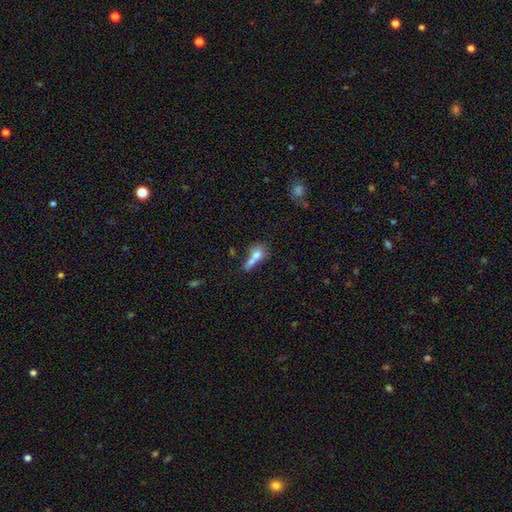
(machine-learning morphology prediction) The model was most divided on "how rounded": in between: 52%, round: 31%, cigar-shaped: 17%. More confident: smooth or featured — smooth (68%); merging — merger (56%).